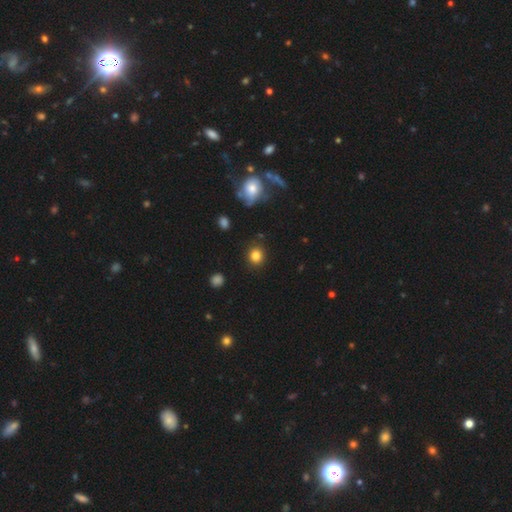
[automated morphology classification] smooth_or_featured: smooth (p=0.84) [alt: star or artifact p=0.11]
how_rounded: round (p=0.84) [alt: in between p=0.15]
merging: none (p=0.88) [alt: minor disturbance p=0.07]